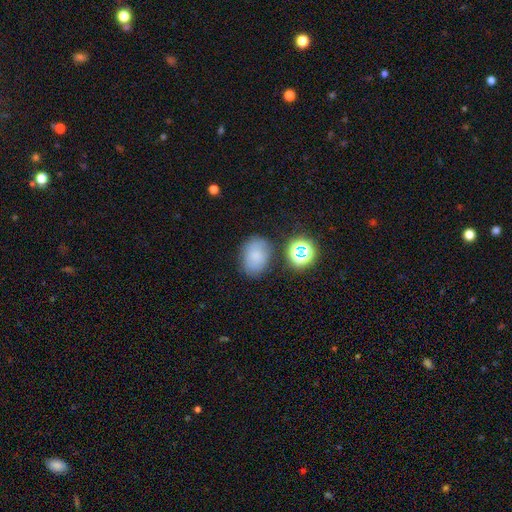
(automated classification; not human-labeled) Overall: smooth (72%). How rounded: in between (69%; round 30%). Merging: none (73%).